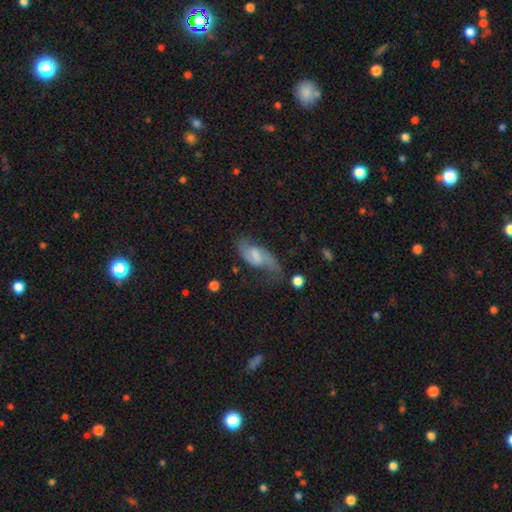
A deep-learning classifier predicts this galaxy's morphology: Smooth or featured? featured or disk (65%)
Edge-on disk? no (93%)
Bar? weak (53%)
Spiral arms? yes (89%)
Spiral winding? loose (58%)
Spiral arm count? 2 (85%)
Bulge size? moderate (30%, tied with none)
Merging? none (52%)